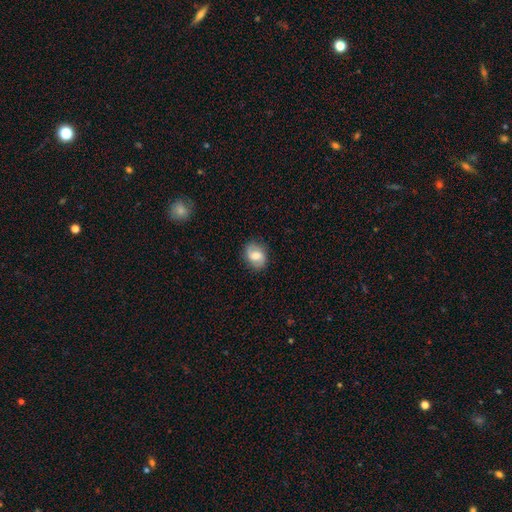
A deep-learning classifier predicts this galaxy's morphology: smooth_or_featured: smooth (p=0.53) [alt: featured or disk p=0.39]
how_rounded: in between (p=0.54) [alt: round p=0.45]
merging: none (p=0.83) [alt: minor disturbance p=0.13]